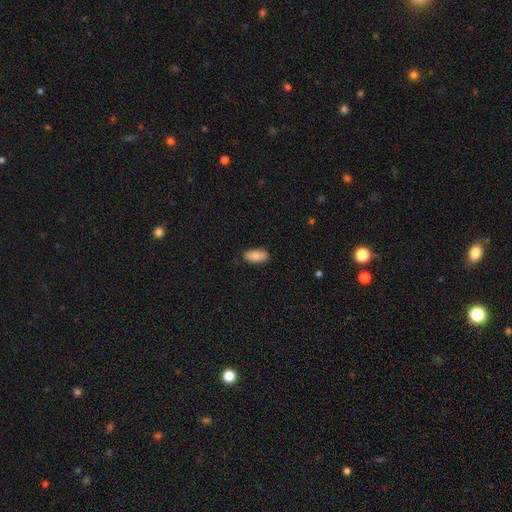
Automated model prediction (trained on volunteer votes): Smooth or featured?
  - smooth: 88% *
  - star or artifact: 7%
  - featured or disk: 6%
How rounded?
  - in between: 93% *
  - cigar-shaped: 5%
  - round: 3%
Merging?
  - none: 85% *
  - minor disturbance: 12%
  - major disturbance: 2%
  - merger: 1%